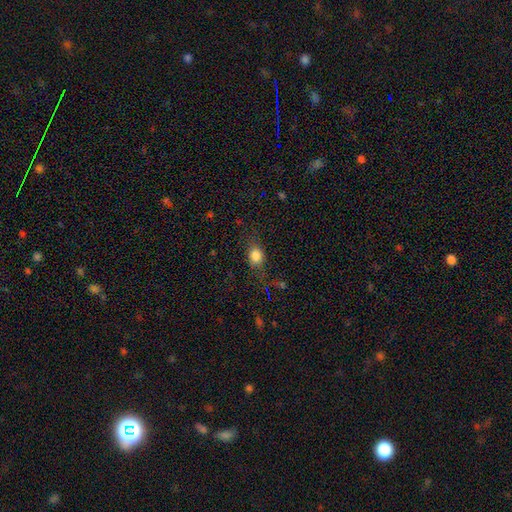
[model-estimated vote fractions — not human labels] Smooth or featured? smooth (79%)
How rounded? in between (49%)
Merging? none (73%)